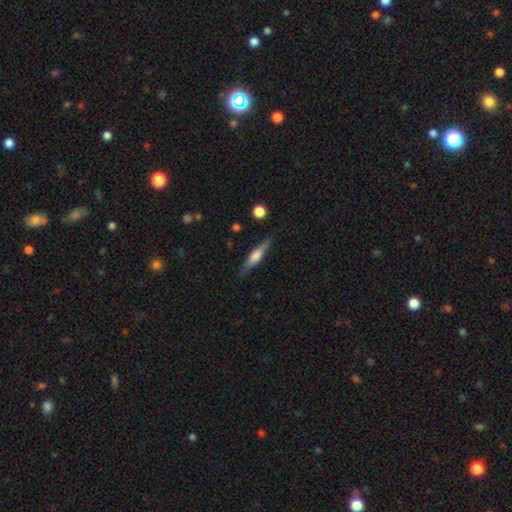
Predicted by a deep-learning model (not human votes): smooth_or_featured: smooth (p=0.53) [alt: featured or disk p=0.40]
how_rounded: cigar-shaped (p=0.79) [alt: in between p=0.18]
merging: none (p=0.82) [alt: minor disturbance p=0.13]